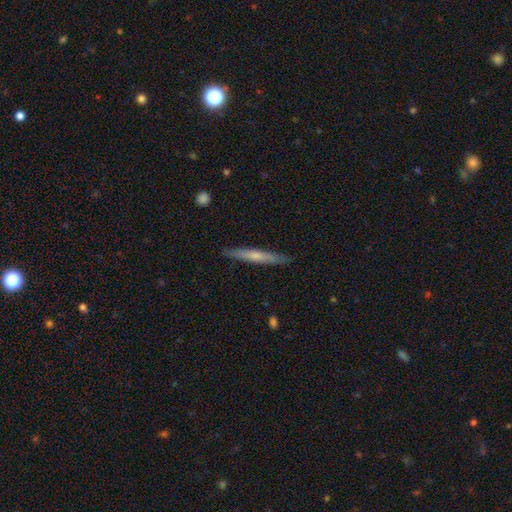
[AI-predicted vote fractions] Smooth or featured? Predicted: smooth (p=0.47, tied with featured or disk). Merging? Predicted: none (p=0.89).